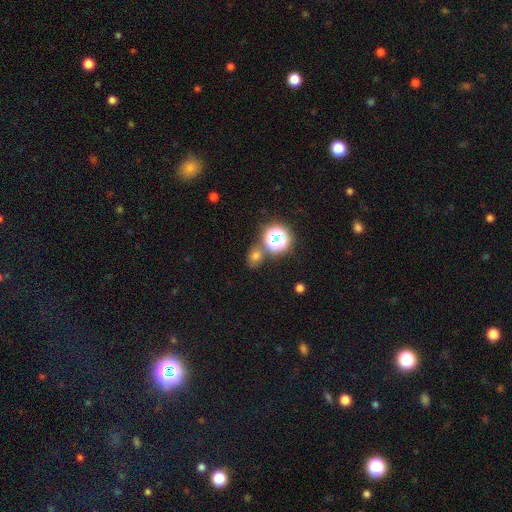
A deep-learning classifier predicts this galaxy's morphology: Smooth or featured: smooth — 62% (star or artifact — 29%)
How rounded: round — 60% (in between — 39%)
Merging: none — 70% (merger — 13%)